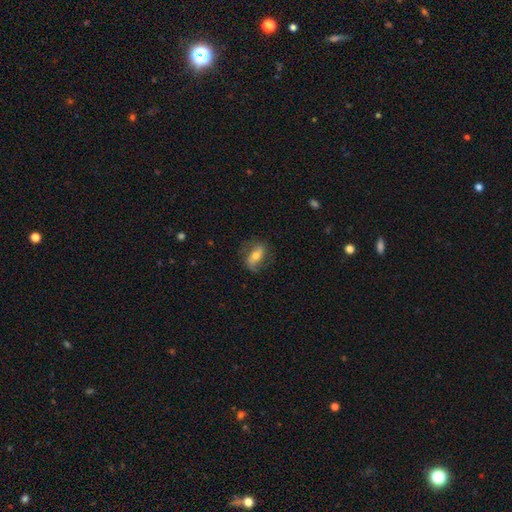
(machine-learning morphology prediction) Overall: featured or disk (51%; smooth 41%). Edge-on disk: no (89%). Merging: none (72%).